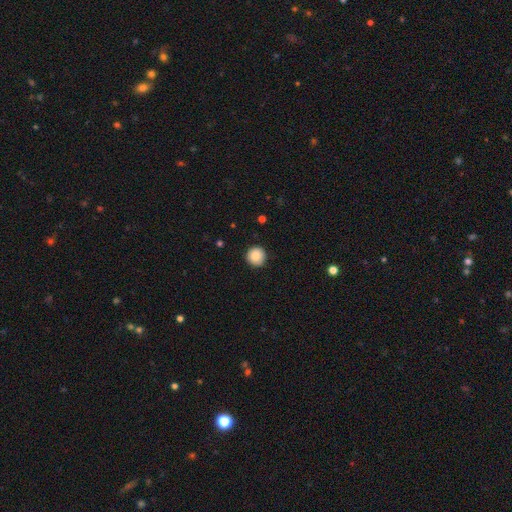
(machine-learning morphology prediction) This appears to be a smooth galaxy with no disk features (88%) that is round (95%). Merging: none (91%).